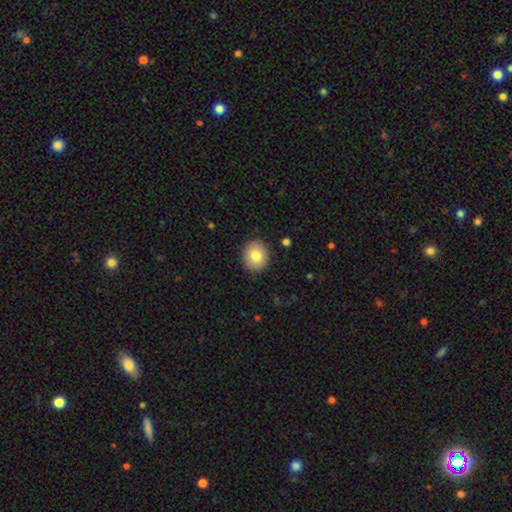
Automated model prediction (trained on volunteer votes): A smooth galaxy with no disk features (81%) that is round (78%).

Vote fractions:
- Smooth or featured? smooth: 81% / featured or disk: 11% / star or artifact: 8%
- How rounded? round: 78% / in between: 21% / cigar-shaped: 1%
- Merging? none: 90% / minor disturbance: 7% / major disturbance: 2% / merger: 1%